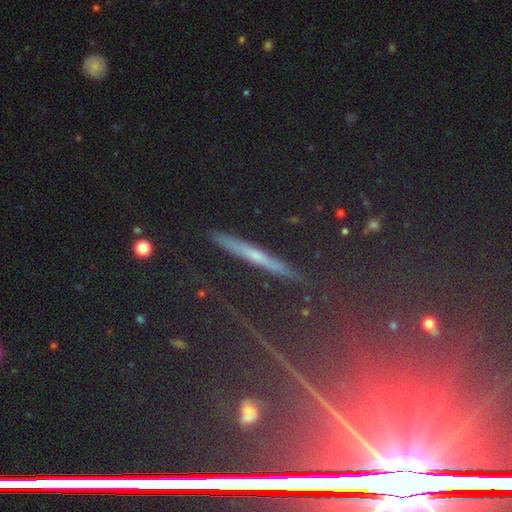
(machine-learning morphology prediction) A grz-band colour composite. It shows a featured or disk galaxy (43%). Merging: none (88%).